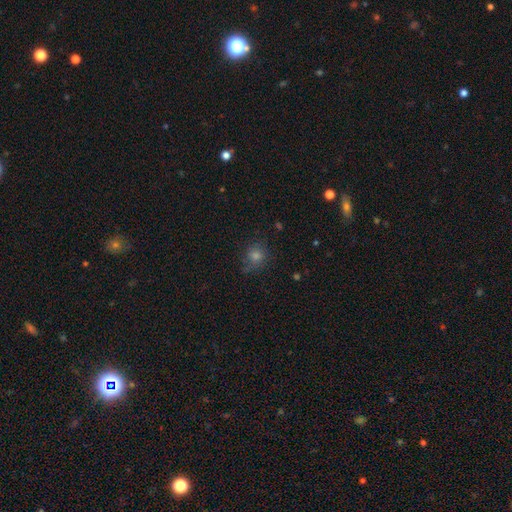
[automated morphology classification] smooth_or_featured: smooth (p=0.66) [alt: star or artifact p=0.24]
how_rounded: round (p=0.82) [alt: in between p=0.16]
merging: none (p=0.75) [alt: minor disturbance p=0.17]